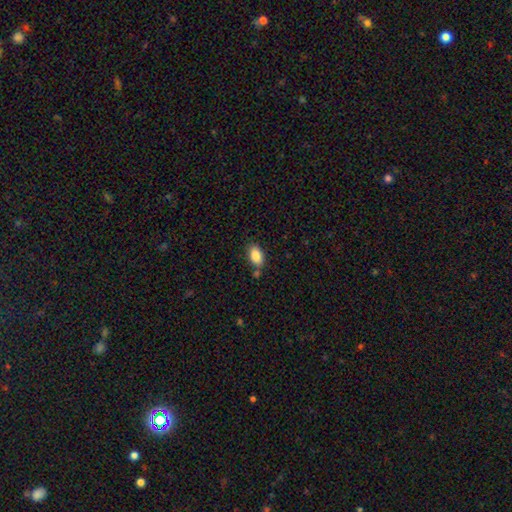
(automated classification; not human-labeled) A smooth galaxy with no disk features (86%) that is in between round and cigar-shaped (91%). Merging: none (75%).